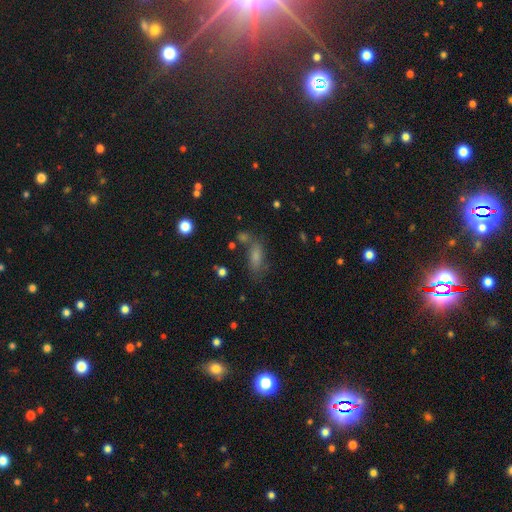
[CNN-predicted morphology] Q: Smooth or featured?
A: smooth (65%); runner-up: star or artifact (19%)
Q: How rounded?
A: in between (72%); runner-up: cigar-shaped (21%)
Q: Merging?
A: none (58%); runner-up: minor disturbance (20%)